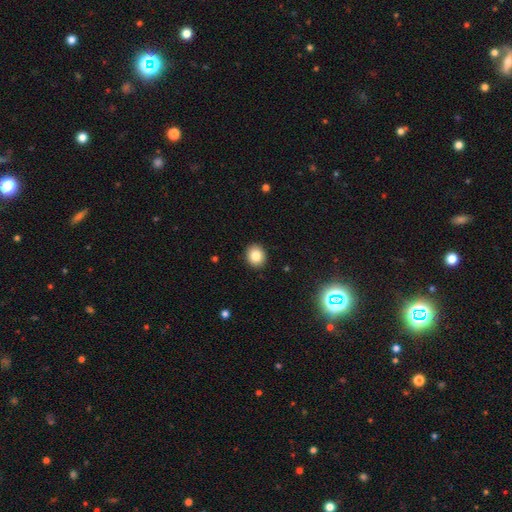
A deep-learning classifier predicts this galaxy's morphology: Smooth or featured? smooth (84%)
How rounded? round (79%)
Merging? none (92%)